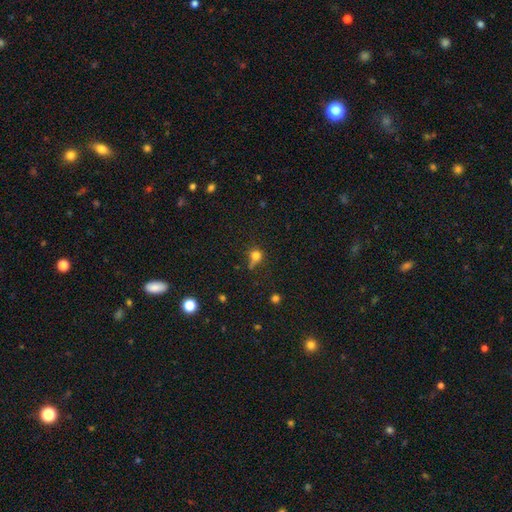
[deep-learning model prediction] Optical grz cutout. It shows a smooth galaxy with no disk features (70%) that is round (76%). Merging: none (47%).